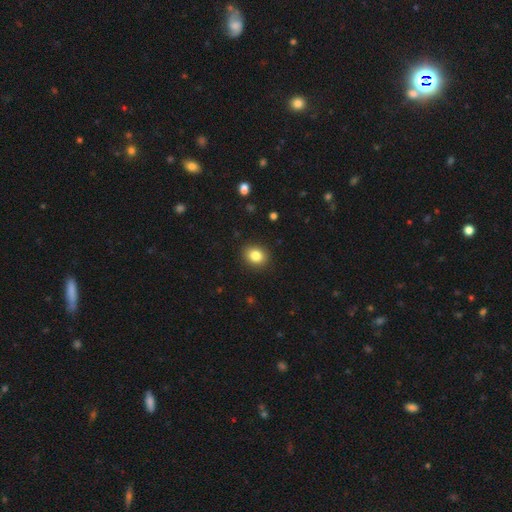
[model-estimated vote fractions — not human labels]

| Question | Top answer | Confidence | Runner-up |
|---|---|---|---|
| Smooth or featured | smooth | 84% | star or artifact (10%) |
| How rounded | round | 57% | in between (42%) |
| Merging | none | 90% | minor disturbance (7%) |